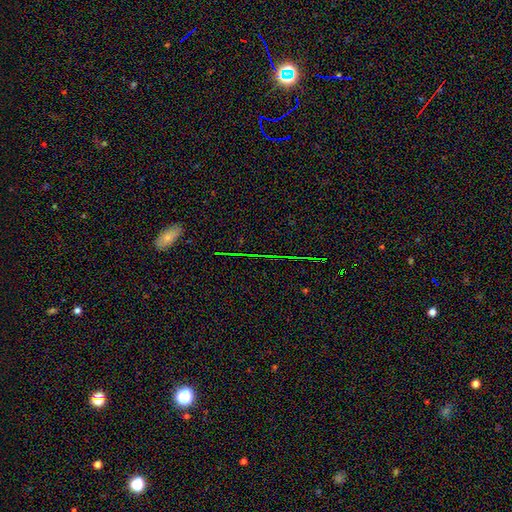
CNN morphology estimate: This is clearly a star or artifact rather than a galaxy (80%).